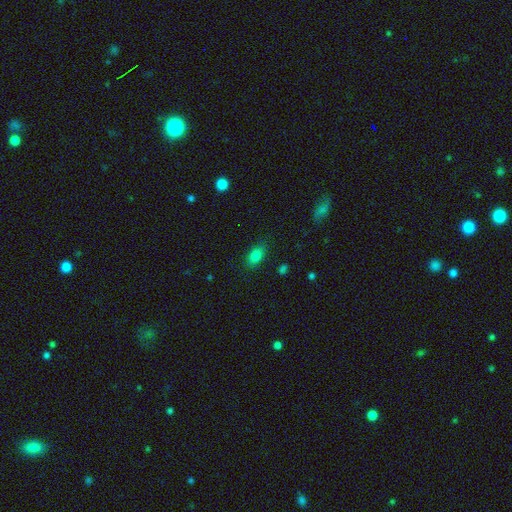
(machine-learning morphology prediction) Q: Smooth or featured?
A: smooth (82%); runner-up: star or artifact (11%)
Q: How rounded?
A: in between (86%); runner-up: round (11%)
Q: Merging?
A: none (83%); runner-up: minor disturbance (12%)